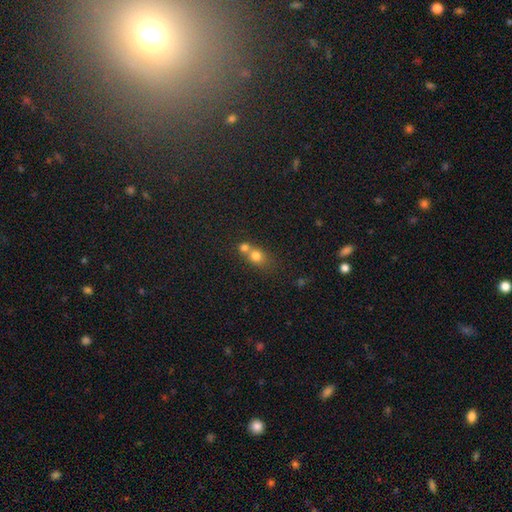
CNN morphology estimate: Overall: smooth (75%). How rounded: round (69%; in between 29%). Merging: merger (62%; none 29%).